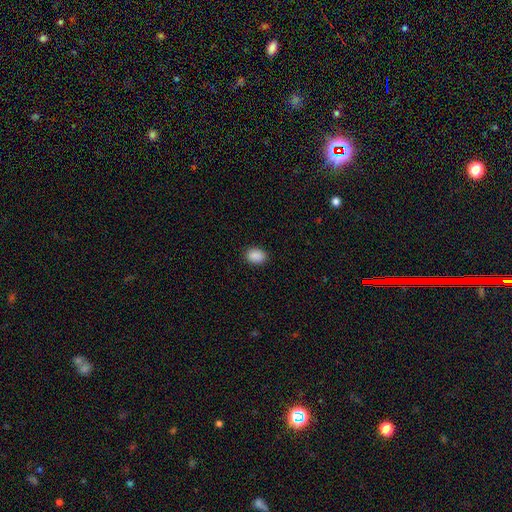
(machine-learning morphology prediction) Smooth or featured: smooth — 89% (star or artifact — 8%)
How rounded: in between — 73% (round — 26%)
Merging: none — 87% (minor disturbance — 9%)